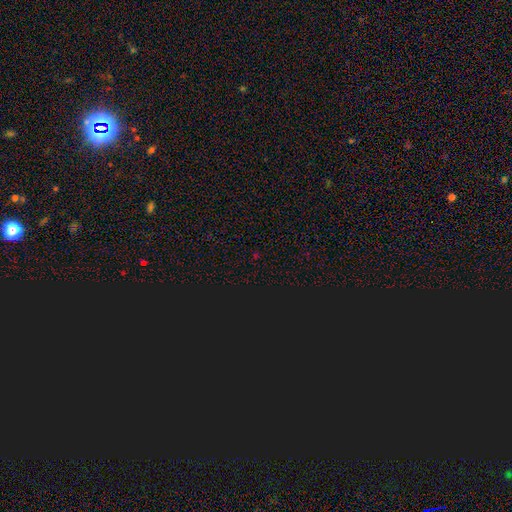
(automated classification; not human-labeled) Smooth or featured?
  - star or artifact: 69% *
  - smooth: 24%
  - featured or disk: 7%